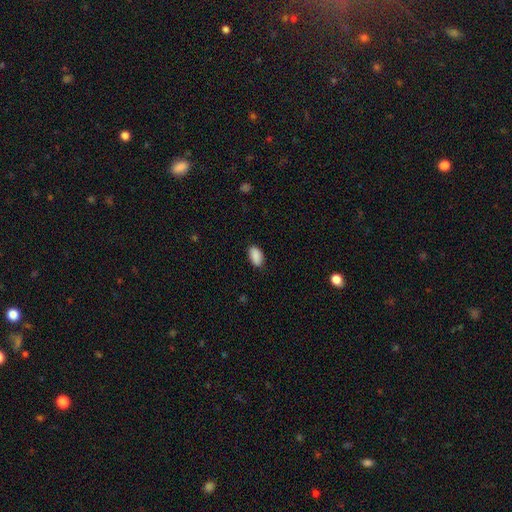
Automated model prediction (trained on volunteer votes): Morphology: type=smooth (90%); roundness=in between (93%); merging=none (85%).